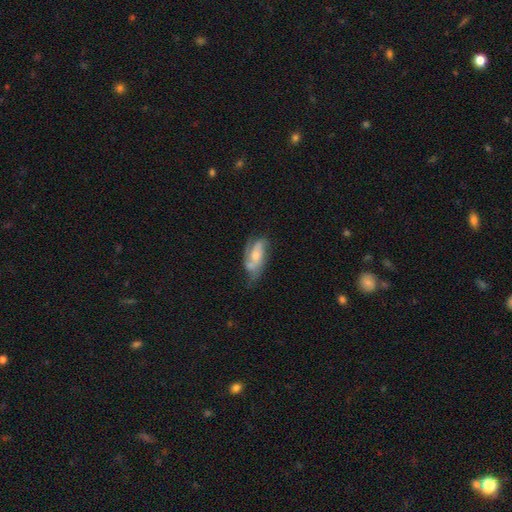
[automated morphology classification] Smooth or featured? featured or disk (66%)
Edge-on disk? no (92%)
Bar? no (63%)
Spiral arms? yes (85%)
Spiral winding? medium (44%)
Spiral arm count? 2 (55%)
Bulge size? moderate (52%)
Merging? none (45%)